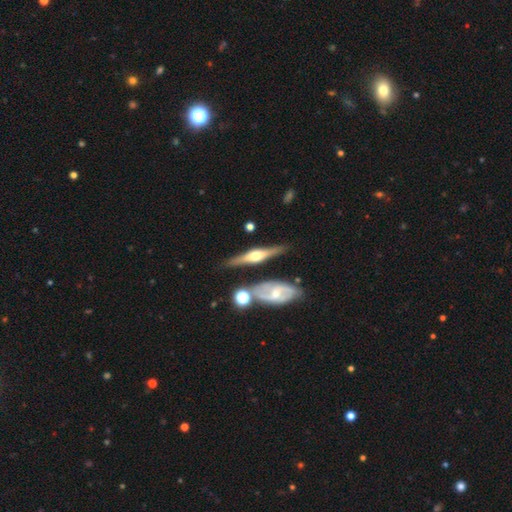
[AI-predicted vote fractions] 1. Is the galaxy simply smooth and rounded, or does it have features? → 75% featured or disk, 20% smooth, 5% star or artifact.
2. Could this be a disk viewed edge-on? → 94% yes, 6% no.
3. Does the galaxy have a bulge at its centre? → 93% rounded, 5% boxy, 2% none.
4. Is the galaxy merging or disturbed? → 77% none, 12% minor disturbance, 7% merger, 3% major disturbance.